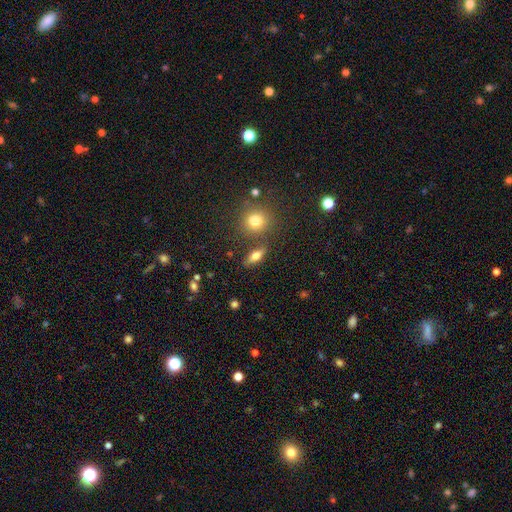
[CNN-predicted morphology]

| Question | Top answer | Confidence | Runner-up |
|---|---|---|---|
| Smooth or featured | smooth | 66% | featured or disk (23%) |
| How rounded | in between | 63% | cigar-shaped (26%) |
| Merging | none | 79% | minor disturbance (10%) |